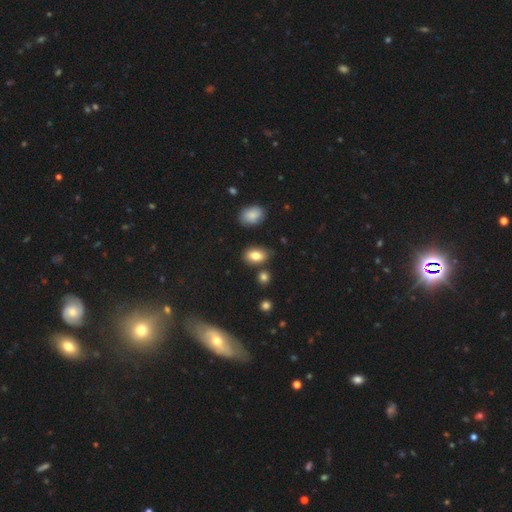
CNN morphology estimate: smooth-or-featured: smooth: 82% | star or artifact: 9% | featured or disk: 9%
  how-rounded: in between: 87% | round: 11% | cigar-shaped: 2%
  merging: none: 76% | minor disturbance: 16% | merger: 5% | major disturbance: 3%